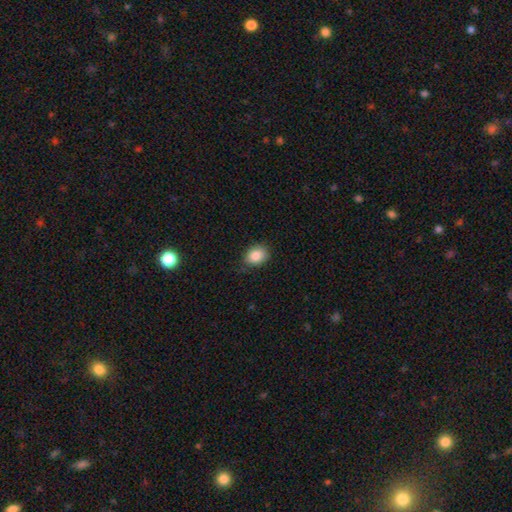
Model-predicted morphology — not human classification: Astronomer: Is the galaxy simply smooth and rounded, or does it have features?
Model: smooth — 86%.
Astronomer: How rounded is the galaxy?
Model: in between — 57% (runner-up: round, 42%).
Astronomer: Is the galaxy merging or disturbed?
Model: none — 78%.